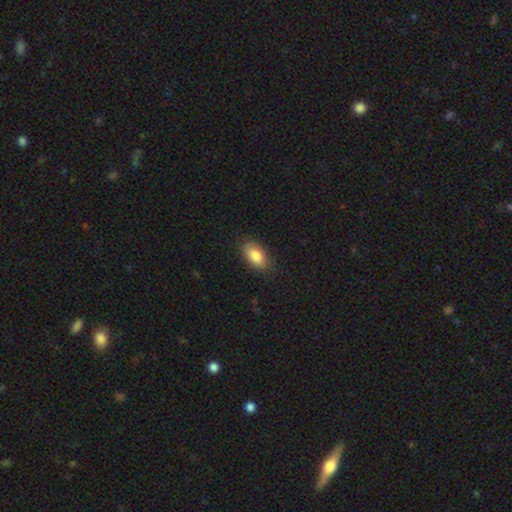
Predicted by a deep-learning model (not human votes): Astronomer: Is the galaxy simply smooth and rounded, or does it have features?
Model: smooth — 84%.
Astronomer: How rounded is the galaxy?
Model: in between — 92%.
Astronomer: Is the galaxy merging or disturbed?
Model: none — 82%.